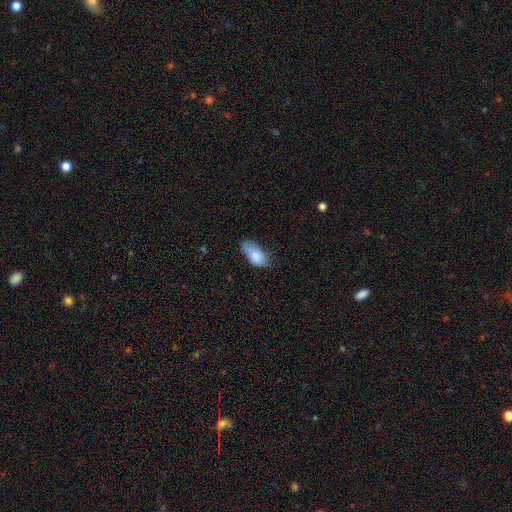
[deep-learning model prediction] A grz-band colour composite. It shows a smooth galaxy with no disk features (83%) that is in between round and cigar-shaped (91%). Merging: none (45%).